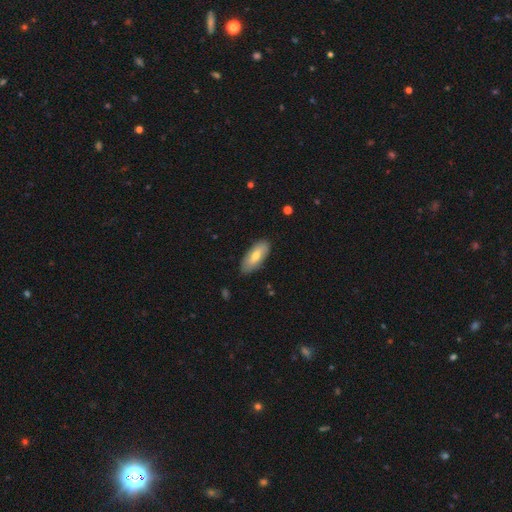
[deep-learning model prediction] Smooth or featured?
  - smooth: 66% *
  - featured or disk: 28%
  - star or artifact: 6%
How rounded?
  - in between: 83% *
  - cigar-shaped: 15%
  - round: 2%
Merging?
  - none: 85% *
  - minor disturbance: 11%
  - major disturbance: 2%
  - merger: 1%